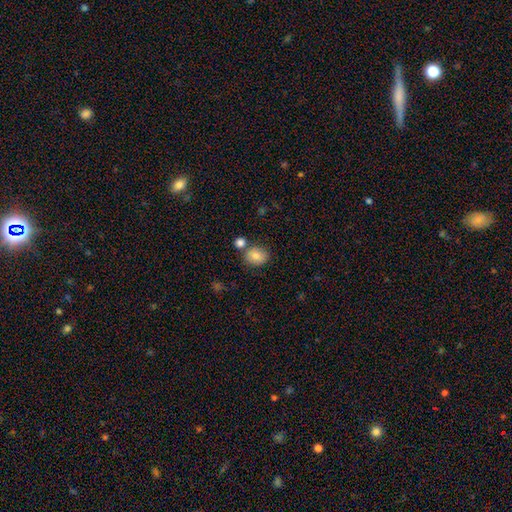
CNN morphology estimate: A smooth galaxy with no disk features (83%) that is round (55%). Merging: none (69%).